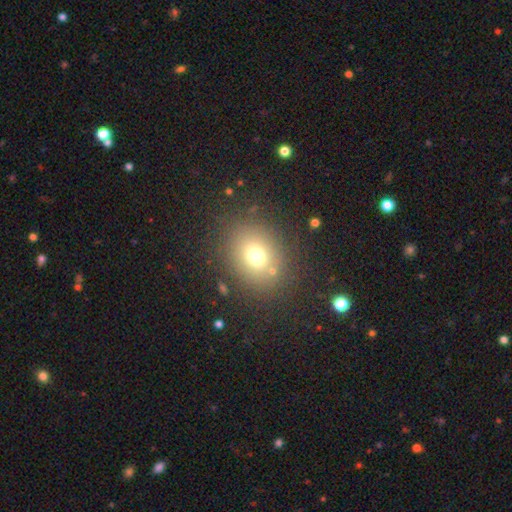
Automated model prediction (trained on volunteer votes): Q: Smooth or featured?
A: smooth (70%); runner-up: star or artifact (18%)
Q: How rounded?
A: round (66%); runner-up: in between (33%)
Q: Merging?
A: none (82%); runner-up: minor disturbance (9%)